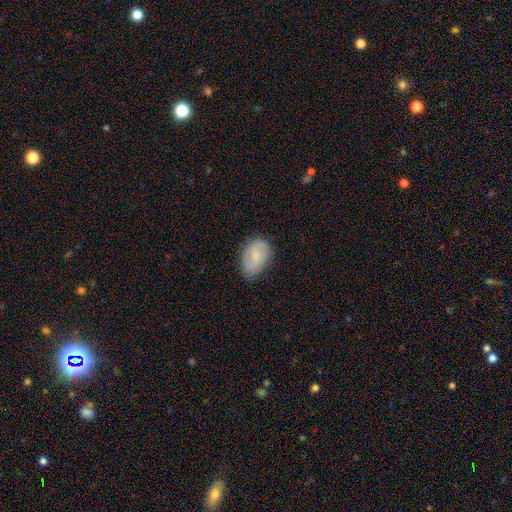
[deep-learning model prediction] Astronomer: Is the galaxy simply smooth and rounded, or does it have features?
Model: smooth — 61%.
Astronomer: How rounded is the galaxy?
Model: in between — 86%.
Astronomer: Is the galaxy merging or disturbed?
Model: none — 69%.